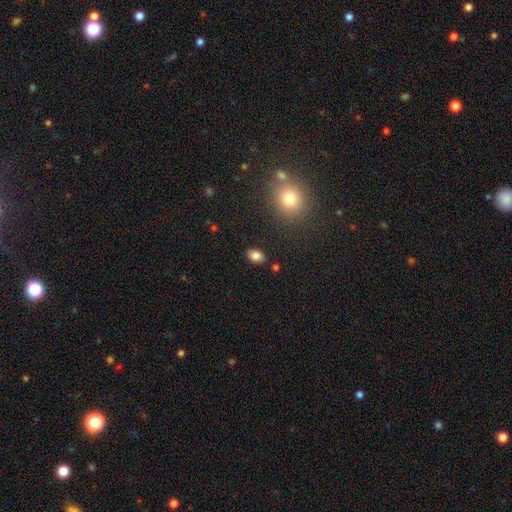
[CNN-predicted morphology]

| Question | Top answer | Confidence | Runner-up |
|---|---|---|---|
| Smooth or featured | smooth | 83% | star or artifact (10%) |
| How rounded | in between | 83% | round (15%) |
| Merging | none | 85% | minor disturbance (10%) |